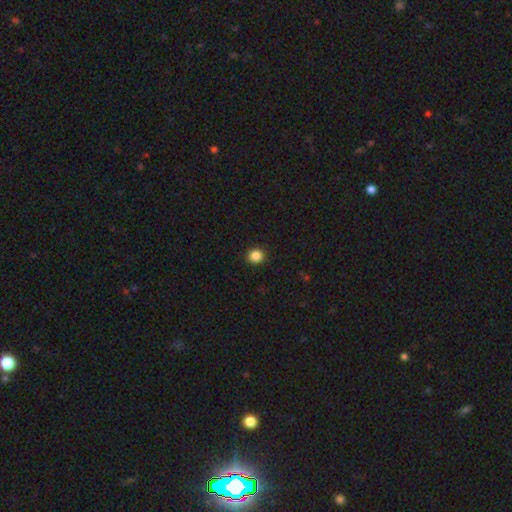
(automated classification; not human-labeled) This appears to be a smooth galaxy with no disk features (86%) that is round (87%). Merging: none (92%).